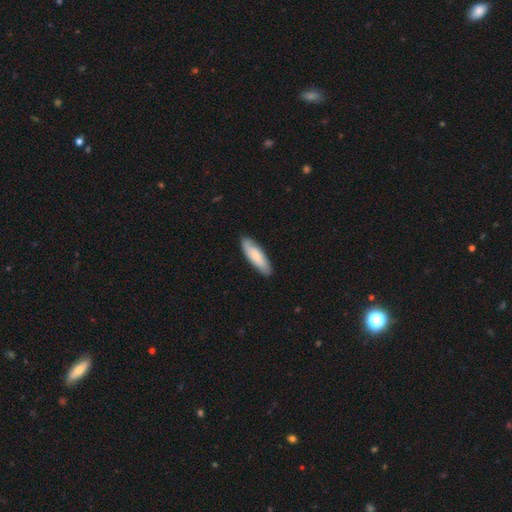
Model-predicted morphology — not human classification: A smooth galaxy with no disk features (73%) that is cigar-shaped (50%).

Vote fractions:
- Smooth or featured? smooth: 73% / featured or disk: 21% / star or artifact: 5%
- How rounded? cigar-shaped: 50% / in between: 48% / round: 1%
- Merging? none: 87% / minor disturbance: 10% / major disturbance: 2% / merger: 1%